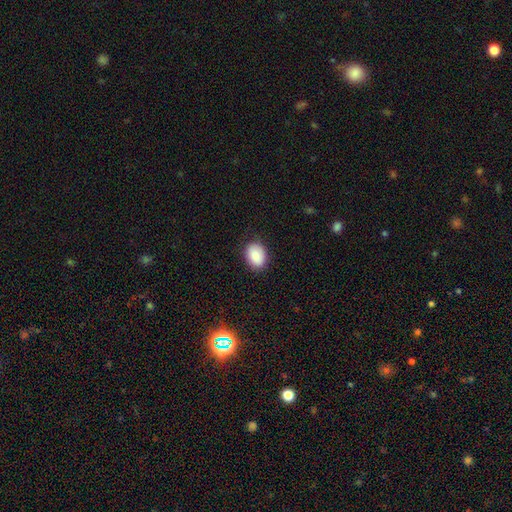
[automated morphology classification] Smooth or featured? Predicted: smooth (p=0.86). How rounded? Predicted: in between (p=0.70). Merging? Predicted: none (p=0.85).